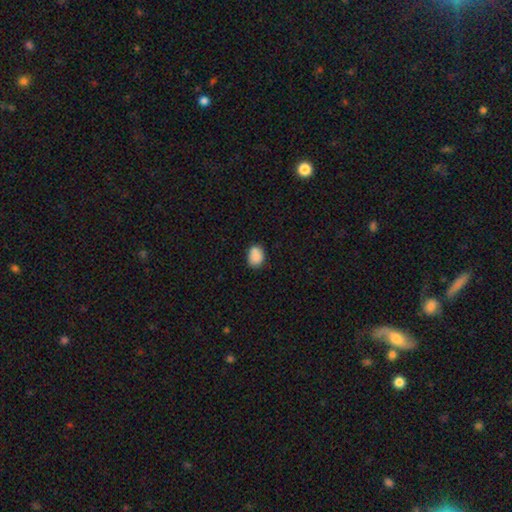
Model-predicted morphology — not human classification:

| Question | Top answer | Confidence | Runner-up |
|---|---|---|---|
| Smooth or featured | smooth | 86% | star or artifact (9%) |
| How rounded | in between | 61% | round (38%) |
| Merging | none | 70% | minor disturbance (20%) |